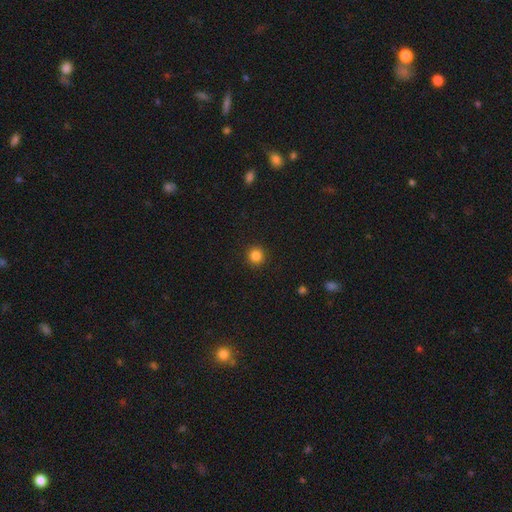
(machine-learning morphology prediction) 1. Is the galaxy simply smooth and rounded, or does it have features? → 84% smooth, 12% star or artifact, 4% featured or disk.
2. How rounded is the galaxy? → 95% round, 4% in between, 1% cigar-shaped.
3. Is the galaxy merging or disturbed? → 92% none, 5% minor disturbance, 2% major disturbance, 1% merger.